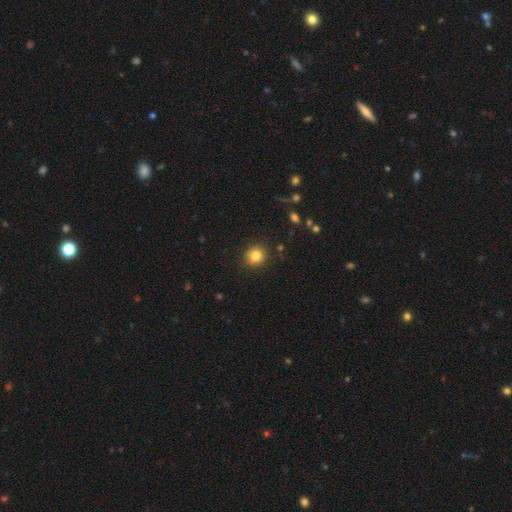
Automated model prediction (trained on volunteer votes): Smooth or featured?
  - smooth: 82% *
  - star or artifact: 11%
  - featured or disk: 7%
How rounded?
  - round: 86% *
  - in between: 13%
  - cigar-shaped: 1%
Merging?
  - none: 87% *
  - minor disturbance: 9%
  - major disturbance: 2%
  - merger: 2%